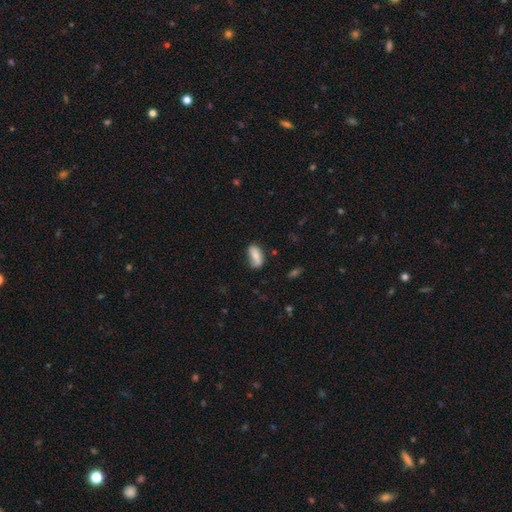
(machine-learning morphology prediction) Q: Smooth or featured?
A: smooth (74%); runner-up: featured or disk (18%)
Q: How rounded?
A: in between (87%); runner-up: cigar-shaped (10%)
Q: Merging?
A: none (58%); runner-up: minor disturbance (29%)